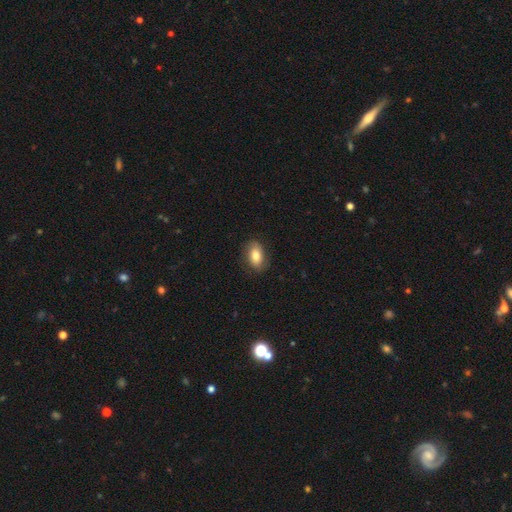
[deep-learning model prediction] Smooth or featured? Predicted: smooth (p=0.77). How rounded? Predicted: in between (p=0.88). Merging? Predicted: none (p=0.82).